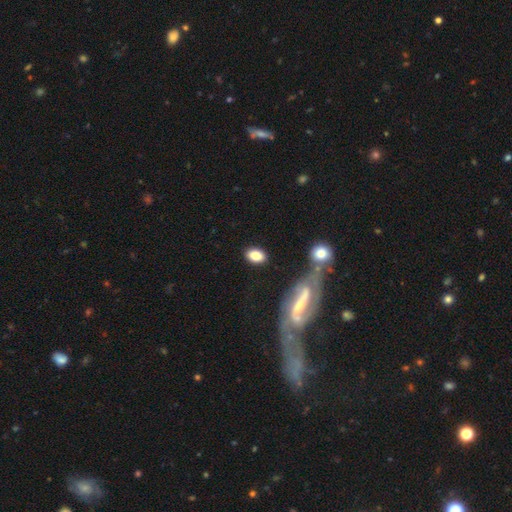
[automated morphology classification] Smooth or featured: smooth — 82% (featured or disk — 11%)
How rounded: in between — 87% (round — 11%)
Merging: none — 84% (minor disturbance — 9%)